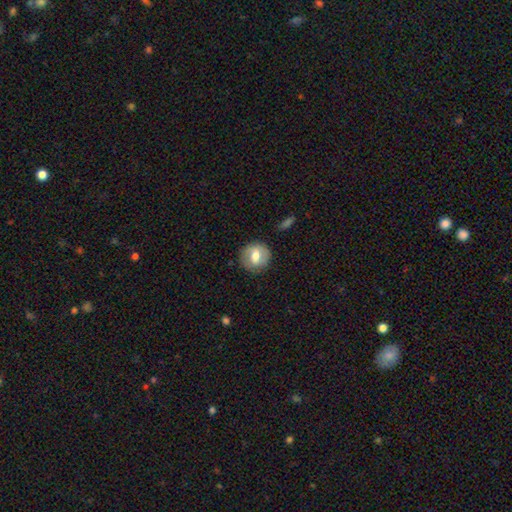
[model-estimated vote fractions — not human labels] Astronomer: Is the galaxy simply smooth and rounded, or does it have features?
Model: smooth — 57% (runner-up: featured or disk, 35%).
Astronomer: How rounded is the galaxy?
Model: round — 82%.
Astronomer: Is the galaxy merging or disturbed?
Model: none — 83%.